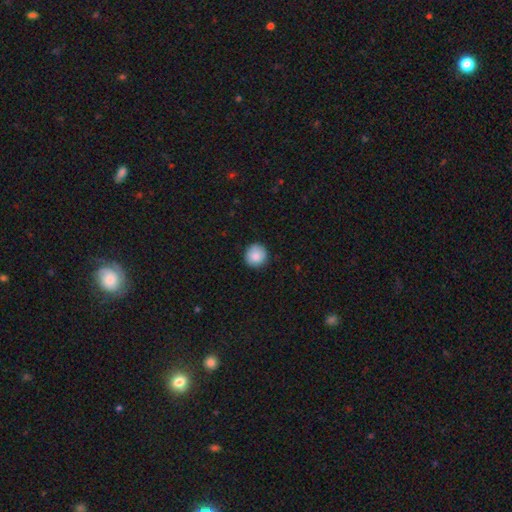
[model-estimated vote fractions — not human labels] Overall: smooth (87%). How rounded: round (94%). Merging: none (89%).